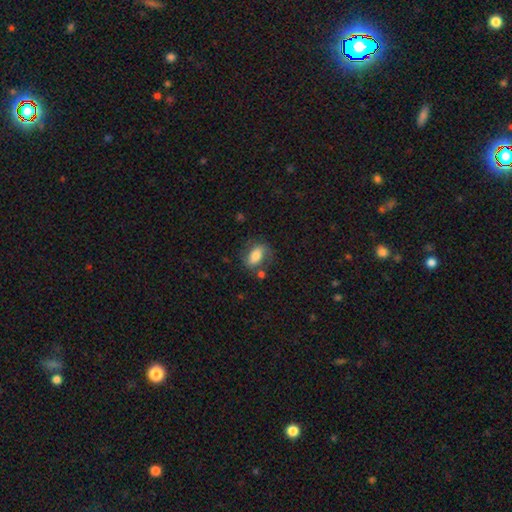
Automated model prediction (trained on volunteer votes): Smooth or featured? Predicted: smooth (p=0.67). How rounded? Predicted: in between (p=0.86). Merging? Predicted: none (p=0.57).